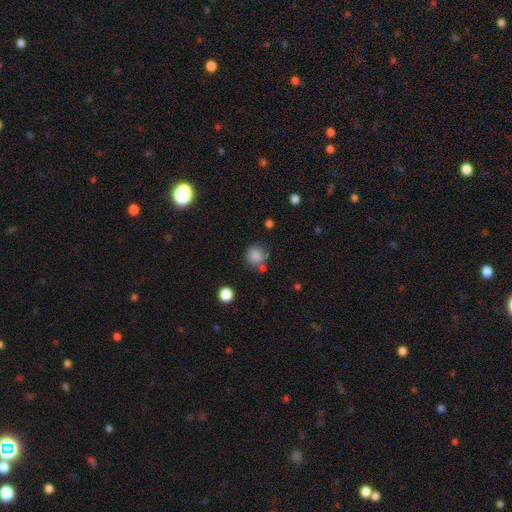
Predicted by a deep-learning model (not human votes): Smooth or featured?
  - smooth: 84% *
  - star or artifact: 10%
  - featured or disk: 5%
How rounded?
  - round: 90% *
  - in between: 9%
  - cigar-shaped: 1%
Merging?
  - none: 68% *
  - minor disturbance: 14%
  - merger: 13%
  - major disturbance: 5%